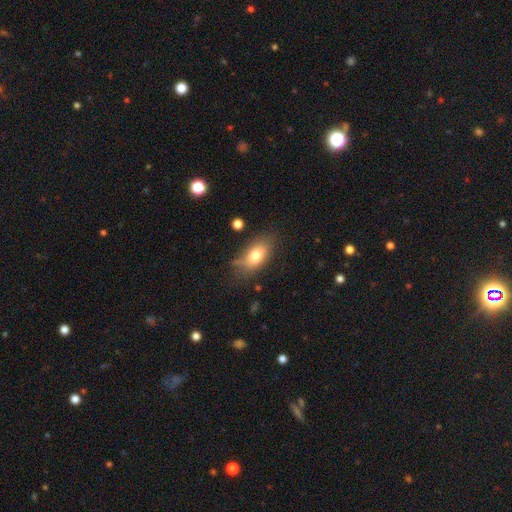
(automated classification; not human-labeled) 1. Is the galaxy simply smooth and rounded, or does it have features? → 75% smooth, 17% featured or disk, 9% star or artifact.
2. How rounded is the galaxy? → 86% in between, 9% round, 5% cigar-shaped.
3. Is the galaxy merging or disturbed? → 65% none, 24% minor disturbance, 8% major disturbance, 3% merger.